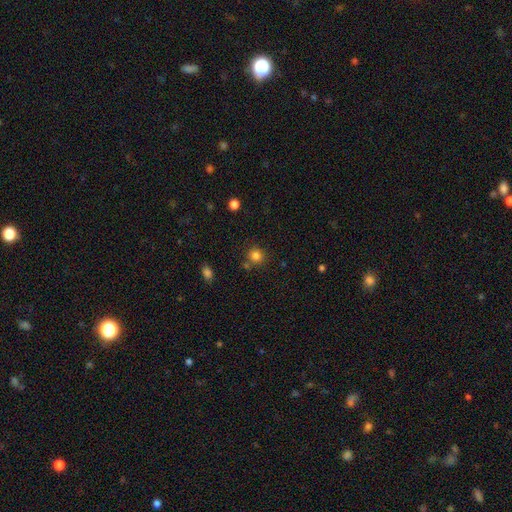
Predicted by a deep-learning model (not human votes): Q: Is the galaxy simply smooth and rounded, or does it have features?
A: smooth — 82%.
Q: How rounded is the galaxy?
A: round — 88%.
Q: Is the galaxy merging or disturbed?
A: none — 75%.